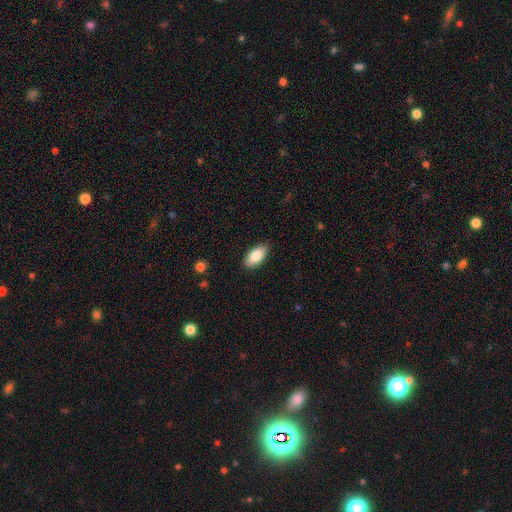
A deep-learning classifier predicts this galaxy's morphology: A smooth galaxy with no disk features (83%) that is in between round and cigar-shaped (91%). Merging: none (87%).